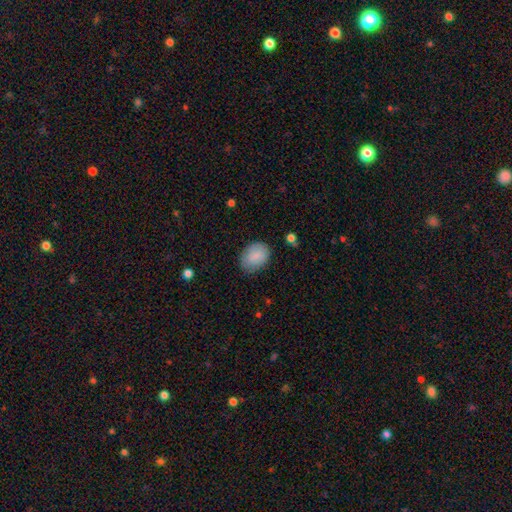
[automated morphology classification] The model was most divided on "how rounded": in between: 74%, round: 25%, cigar-shaped: 1%. More confident: smooth or featured — smooth (86%); merging — none (76%).